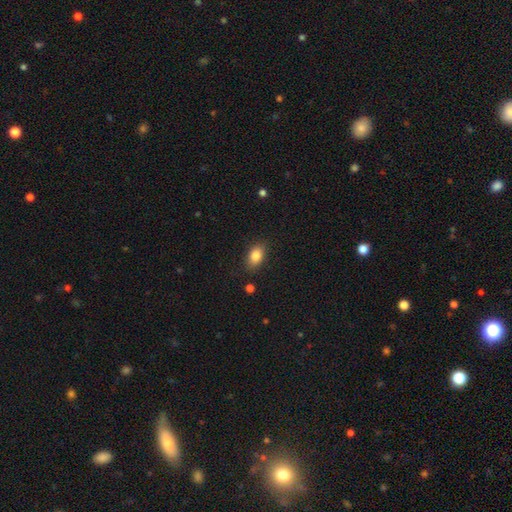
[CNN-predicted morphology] Q: Smooth or featured?
A: smooth (84%); runner-up: star or artifact (9%)
Q: How rounded?
A: in between (85%); runner-up: round (13%)
Q: Merging?
A: none (85%); runner-up: minor disturbance (11%)